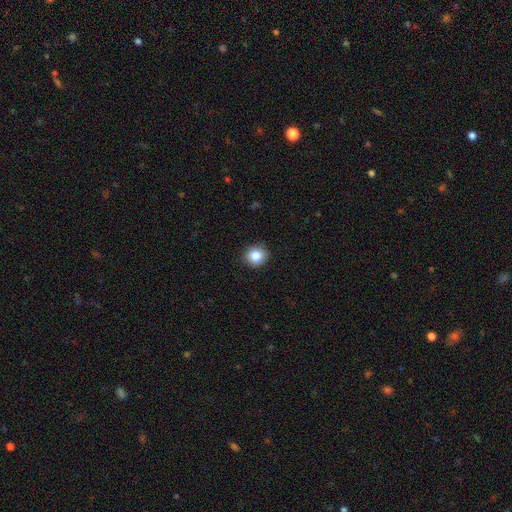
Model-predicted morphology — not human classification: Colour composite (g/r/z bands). It shows a smooth galaxy with no disk features (84%) that is round (89%). Merging: none (90%).